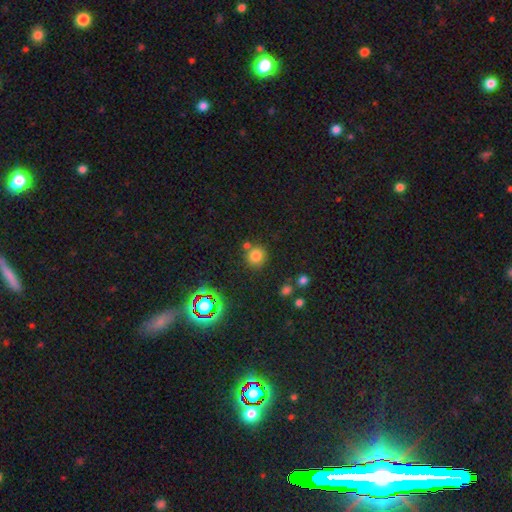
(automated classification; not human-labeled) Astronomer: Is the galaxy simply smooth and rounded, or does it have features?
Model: smooth — 76%.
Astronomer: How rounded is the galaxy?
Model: round — 90%.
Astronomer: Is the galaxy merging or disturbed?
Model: none — 75%.